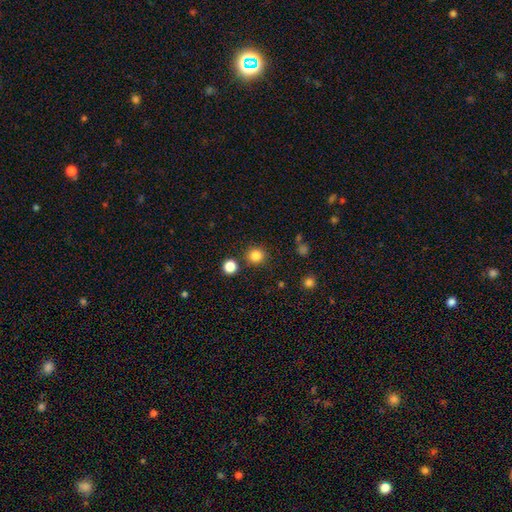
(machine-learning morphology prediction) smooth-or-featured: smooth: 83% | star or artifact: 13% | featured or disk: 4%
  how-rounded: round: 92% | in between: 7% | cigar-shaped: 1%
  merging: none: 86% | minor disturbance: 6% | merger: 5% | major disturbance: 2%